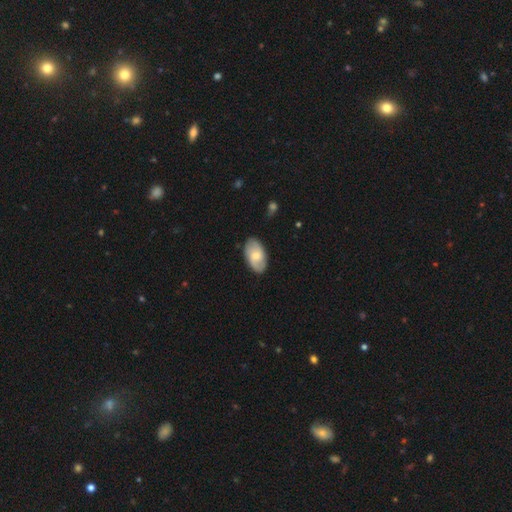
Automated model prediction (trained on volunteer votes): smooth 52%, featured or disk 43%, star or artifact 6%. Down the decision tree: how rounded — in between (93%); merging — none (81%).